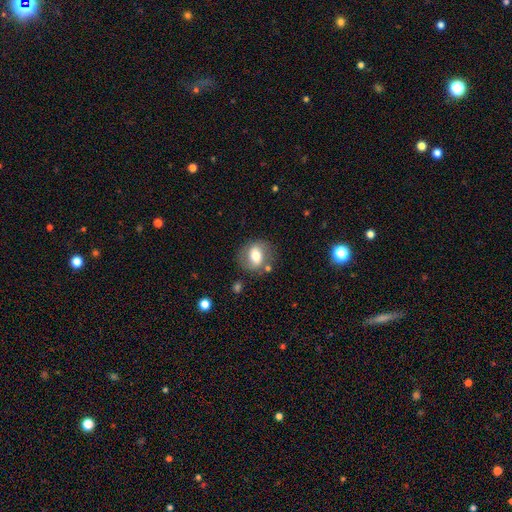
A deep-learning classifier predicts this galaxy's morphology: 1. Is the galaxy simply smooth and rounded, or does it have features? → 54% smooth, 38% featured or disk, 8% star or artifact.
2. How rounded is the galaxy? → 54% round, 44% in between, 1% cigar-shaped.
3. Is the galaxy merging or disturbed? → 74% none, 15% minor disturbance, 7% major disturbance, 4% merger.